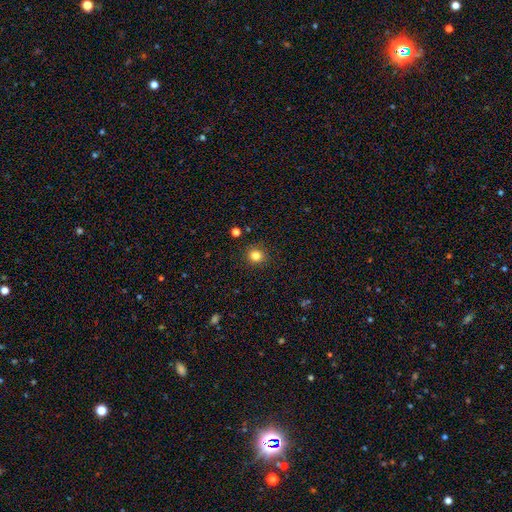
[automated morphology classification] The model was most divided on "smooth or featured": smooth: 82%, star or artifact: 13%, featured or disk: 5%. More confident: merging — none (91%); how rounded — round (90%).